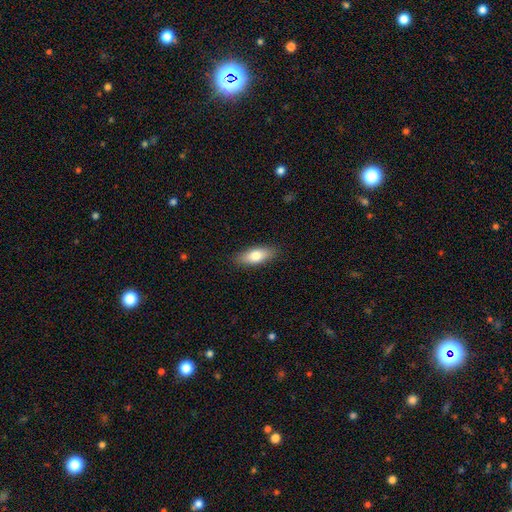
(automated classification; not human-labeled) smooth-or-featured: smooth: 77% | featured or disk: 16% | star or artifact: 6%
  how-rounded: in between: 76% | cigar-shaped: 21% | round: 3%
  merging: none: 88% | minor disturbance: 9% | major disturbance: 2% | merger: 1%